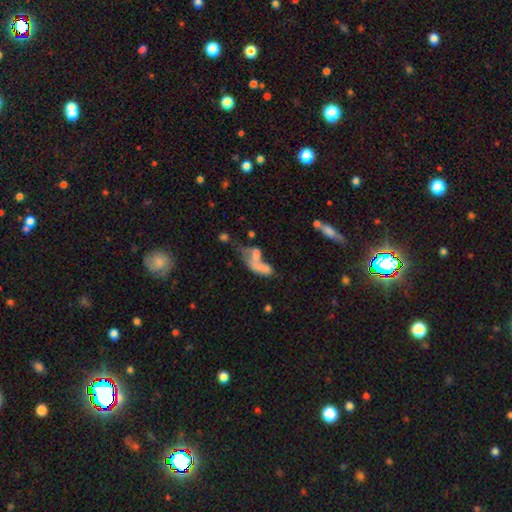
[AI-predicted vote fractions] Q: Smooth or featured?
A: star or artifact (49%); runner-up: smooth (30%)